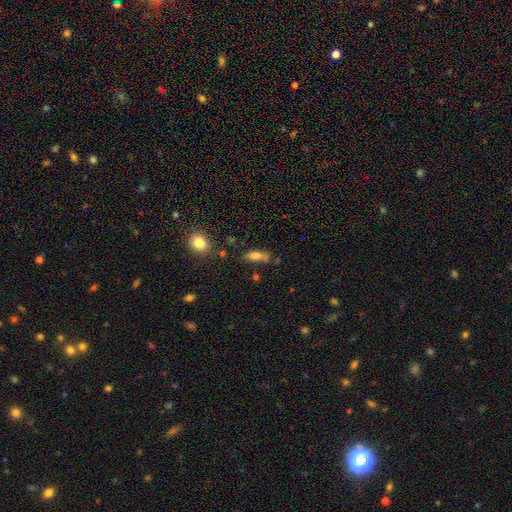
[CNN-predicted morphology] Smooth or featured: smooth — 73% (featured or disk — 17%)
How rounded: in between — 62% (cigar-shaped — 34%)
Merging: none — 57% (minor disturbance — 23%)